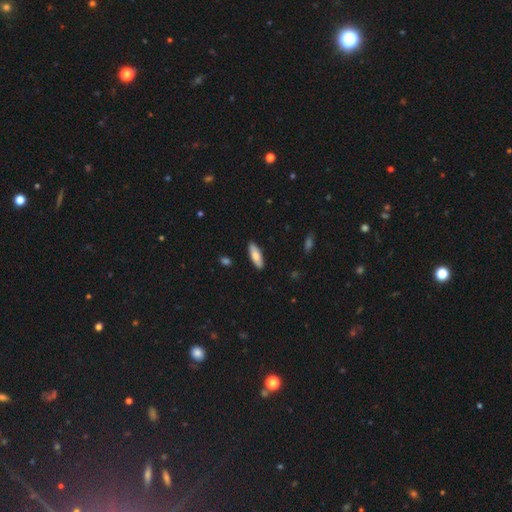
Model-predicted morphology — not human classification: Q: Smooth or featured?
A: smooth (78%); runner-up: featured or disk (16%)
Q: How rounded?
A: in between (63%); runner-up: cigar-shaped (35%)
Q: Merging?
A: none (89%); runner-up: minor disturbance (8%)